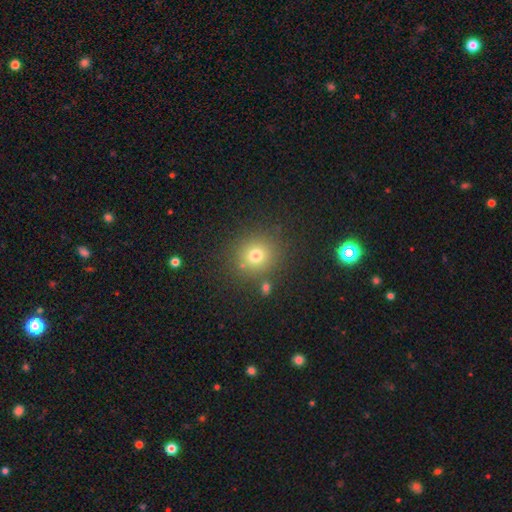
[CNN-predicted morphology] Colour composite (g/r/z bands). It shows a smooth galaxy with no disk features (74%) that is round (90%). Merging: none (83%).